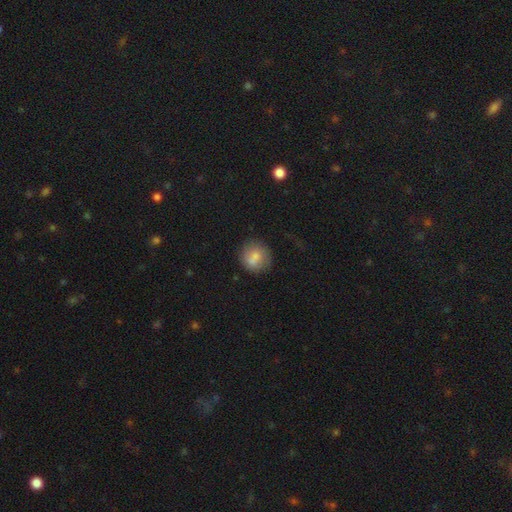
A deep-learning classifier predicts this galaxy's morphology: A smooth galaxy with no disk features (74%) that is round (85%). Merging: none (77%).